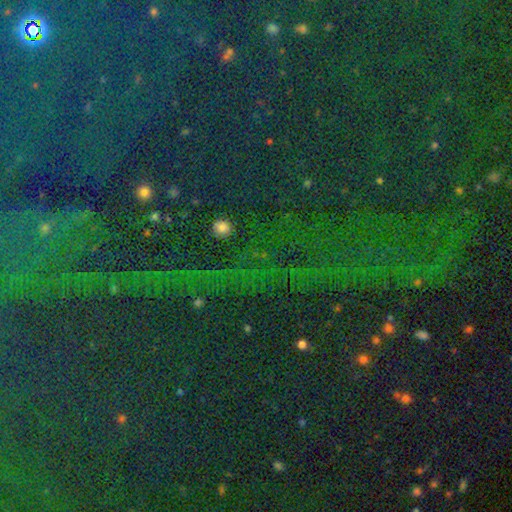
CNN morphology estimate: star or artifact 85%, smooth 8%, featured or disk 7%.